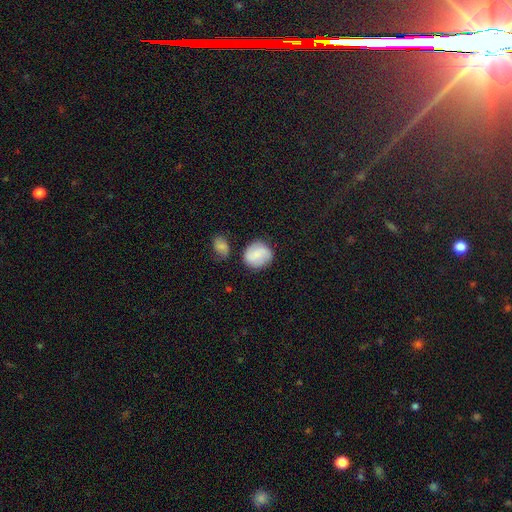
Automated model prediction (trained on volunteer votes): This is likely a smooth galaxy (73%). How rounded: likely round (74%). Merging: likely none (68%).